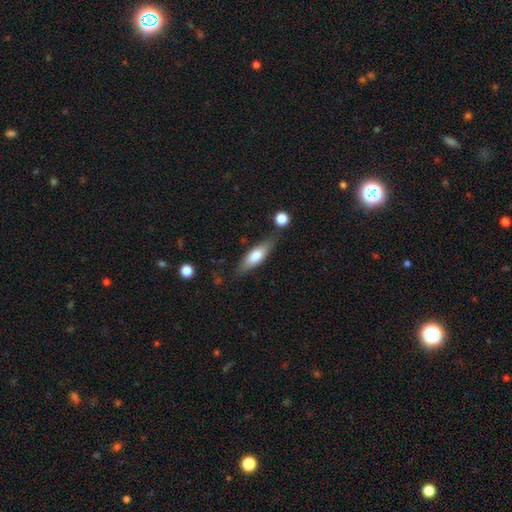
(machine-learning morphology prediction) Q: Smooth or featured?
A: smooth (65%); runner-up: featured or disk (29%)
Q: How rounded?
A: in between (50%); runner-up: cigar-shaped (48%)
Q: Merging?
A: none (72%); runner-up: minor disturbance (18%)